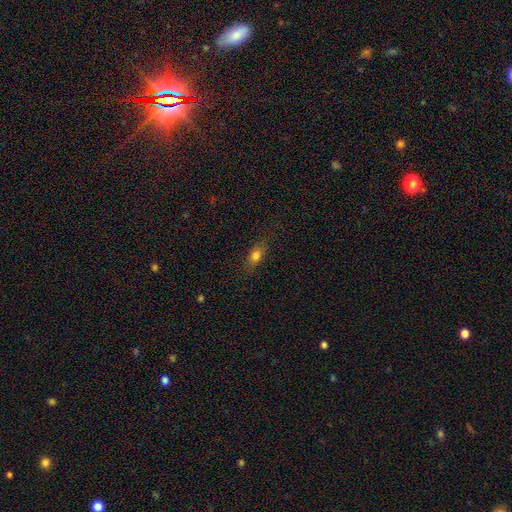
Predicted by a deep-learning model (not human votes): smooth_or_featured: smooth (p=0.75) [alt: featured or disk p=0.13]
how_rounded: in between (p=0.75) [alt: cigar-shaped p=0.14]
merging: none (p=0.81) [alt: minor disturbance p=0.14]